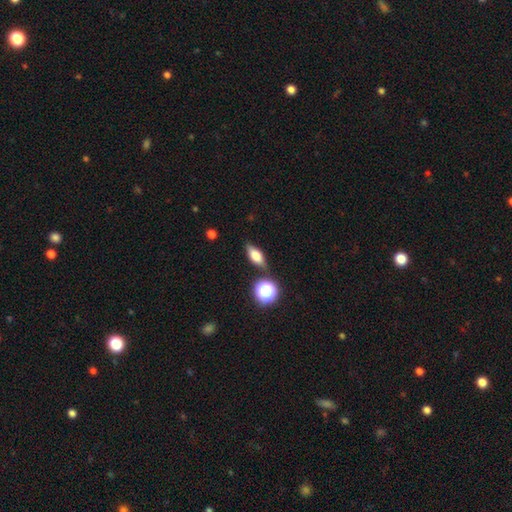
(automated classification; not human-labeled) Morphology: type=smooth (65%); roundness=in between (66%); merging=none (80%).